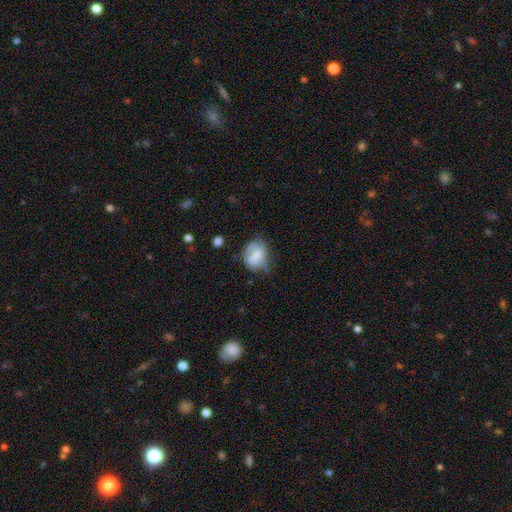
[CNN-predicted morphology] A smooth galaxy with no disk features (67%) that is in between round and cigar-shaped (58%). Merging: none (42%).